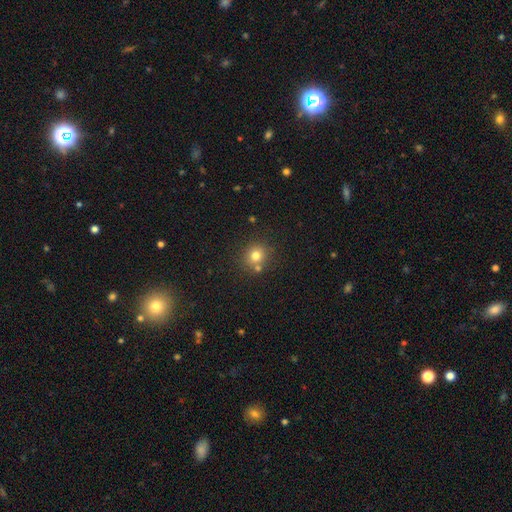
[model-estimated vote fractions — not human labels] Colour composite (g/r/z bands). It shows a smooth galaxy with no disk features (76%) that is round (88%). Merging: none (72%).